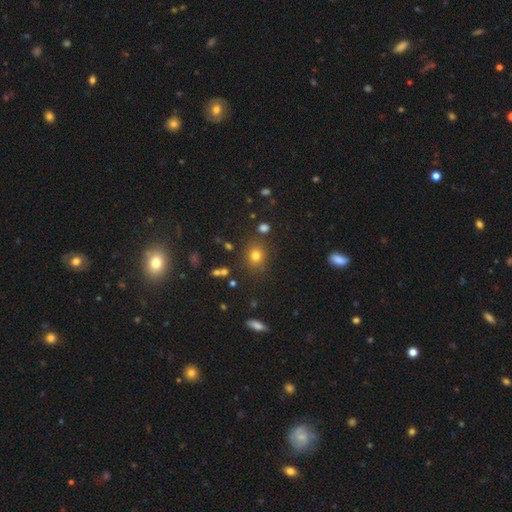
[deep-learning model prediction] A smooth galaxy with no disk features (76%) that is round (73%).

Vote fractions:
- Smooth or featured? smooth: 76% / star or artifact: 16% / featured or disk: 8%
- How rounded? round: 73% / in between: 26% / cigar-shaped: 1%
- Merging? none: 81% / minor disturbance: 11% / merger: 4% / major disturbance: 4%